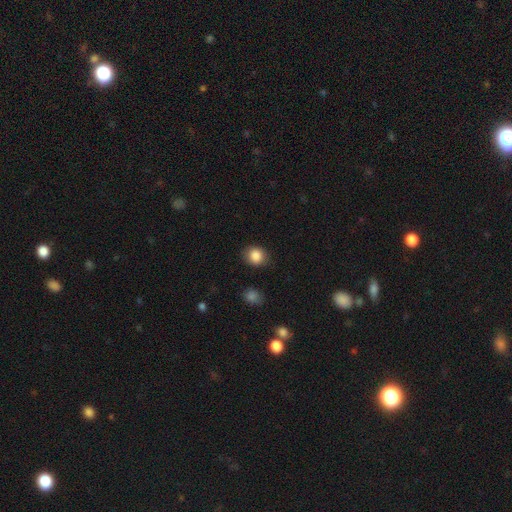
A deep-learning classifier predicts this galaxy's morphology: A smooth galaxy with no disk features (87%) that is round (70%). Merging: none (84%).